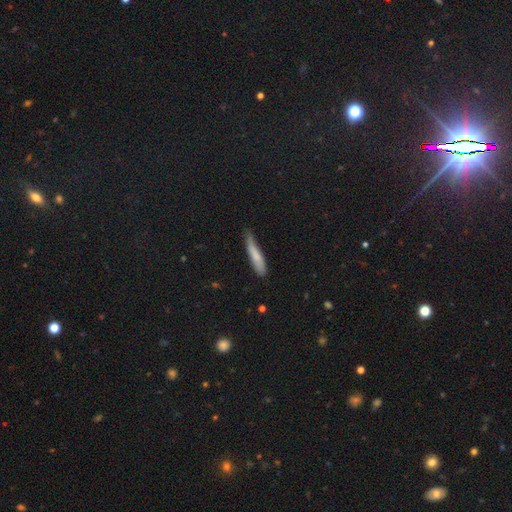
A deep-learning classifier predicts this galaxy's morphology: smooth 75%, featured or disk 19%, star or artifact 6%. Down the decision tree: how rounded — cigar-shaped (88%); merging — none (59%).